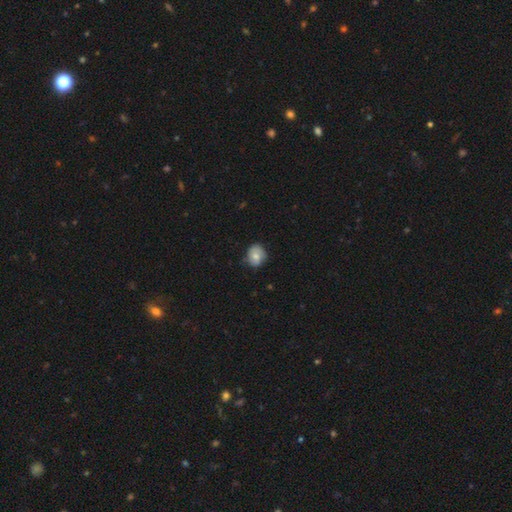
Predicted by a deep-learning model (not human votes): smooth-or-featured: smooth: 65% | featured or disk: 28% | star or artifact: 8%
  how-rounded: round: 59% | in between: 40% | cigar-shaped: 1%
  merging: none: 64% | minor disturbance: 28% | major disturbance: 6% | merger: 1%